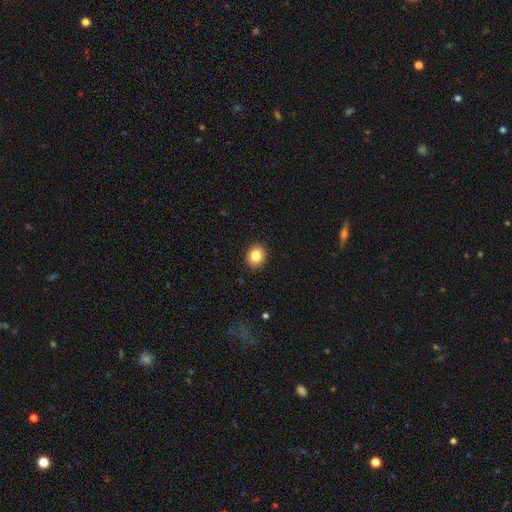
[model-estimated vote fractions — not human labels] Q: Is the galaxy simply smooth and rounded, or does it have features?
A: smooth — 83%.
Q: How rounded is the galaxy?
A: round — 56%.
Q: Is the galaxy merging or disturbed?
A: none — 91%.